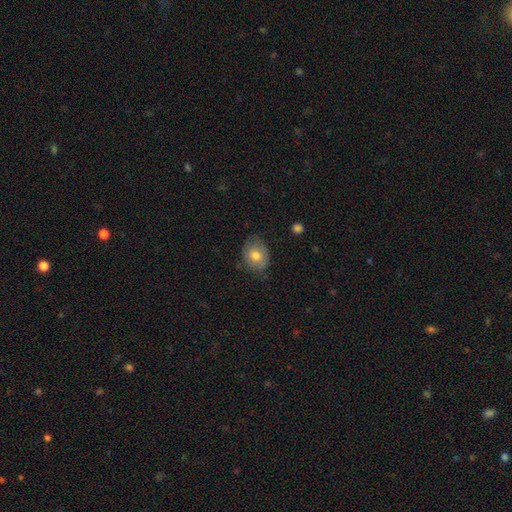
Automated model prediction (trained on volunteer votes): This appears to be a smooth galaxy with no disk features (75%) that is in between round and cigar-shaped (62%). Merging: none (72%).